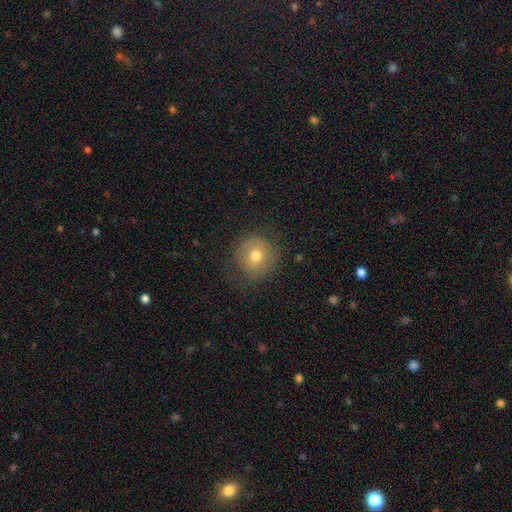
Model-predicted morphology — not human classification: Smooth or featured: smooth — 65% (featured or disk — 23%)
How rounded: round — 91% (in between — 8%)
Merging: none — 77% (minor disturbance — 15%)